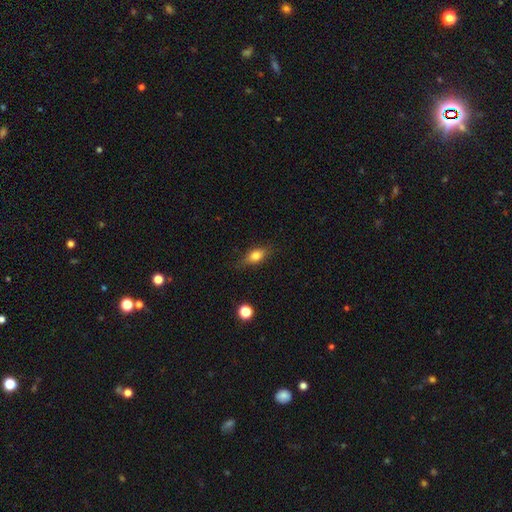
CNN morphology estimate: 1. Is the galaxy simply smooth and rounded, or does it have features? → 75% smooth, 16% featured or disk, 9% star or artifact.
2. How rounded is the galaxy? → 74% in between, 15% round, 11% cigar-shaped.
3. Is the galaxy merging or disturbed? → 78% none, 17% minor disturbance, 4% major disturbance, 1% merger.